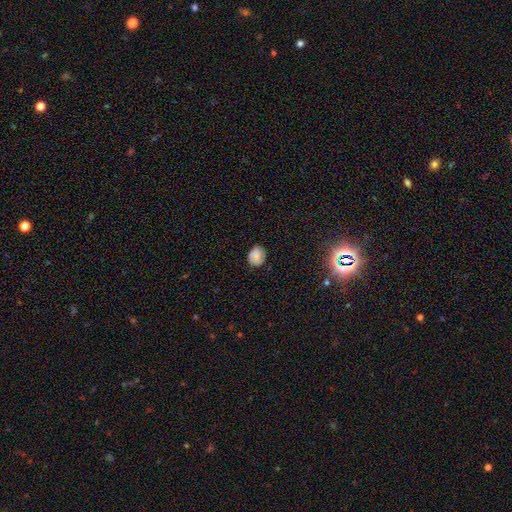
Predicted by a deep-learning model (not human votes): Smooth or featured? Predicted: smooth (p=0.61). How rounded? Predicted: round (p=0.54). Merging? Predicted: none (p=0.75).